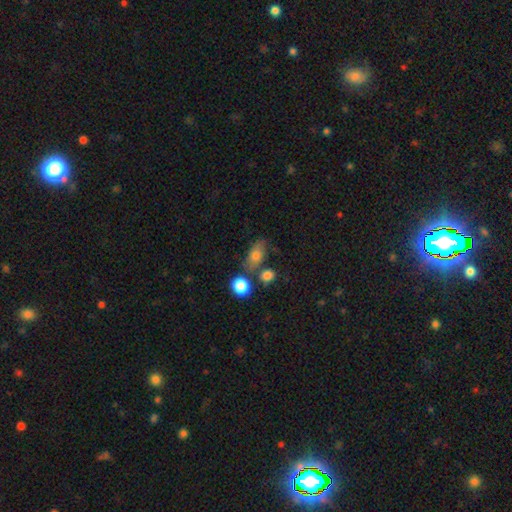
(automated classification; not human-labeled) A smooth galaxy with no disk features (74%) that is in between round and cigar-shaped (78%).

Vote fractions:
- Smooth or featured? smooth: 74% / featured or disk: 15% / star or artifact: 11%
- How rounded? in between: 78% / round: 16% / cigar-shaped: 6%
- Merging? none: 59% / minor disturbance: 19% / merger: 15% / major disturbance: 7%